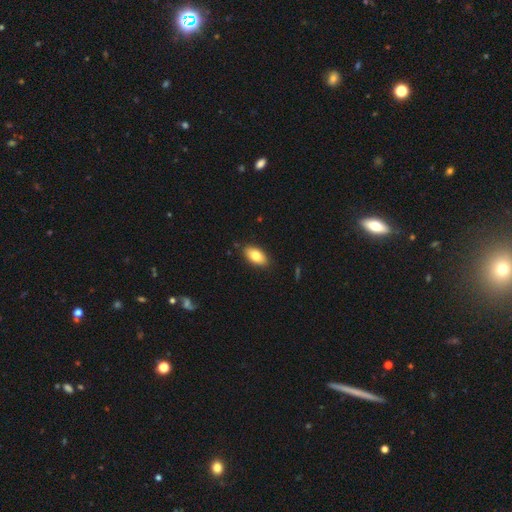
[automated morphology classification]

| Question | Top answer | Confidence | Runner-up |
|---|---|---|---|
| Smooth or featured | smooth | 81% | featured or disk (12%) |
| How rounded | in between | 92% | cigar-shaped (4%) |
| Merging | none | 87% | minor disturbance (10%) |